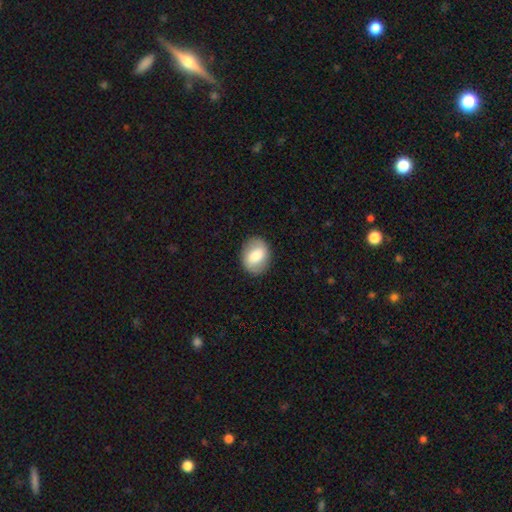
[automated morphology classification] The model was most divided on "how rounded": in between: 58%, round: 40%, cigar-shaped: 1%. More confident: merging — none (87%); smooth or featured — smooth (65%).